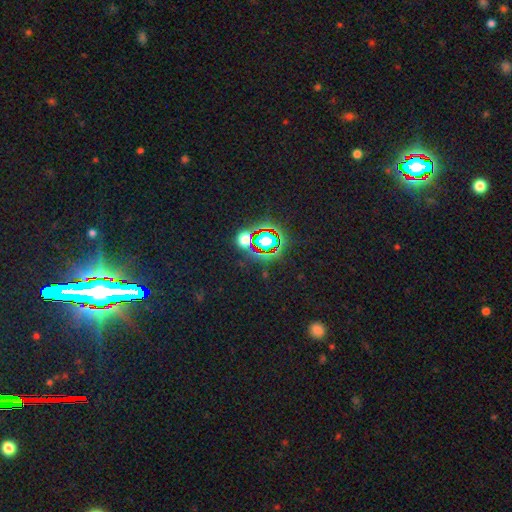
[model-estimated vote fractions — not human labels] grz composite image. It shows a star or artifact, not a galaxy (84%).